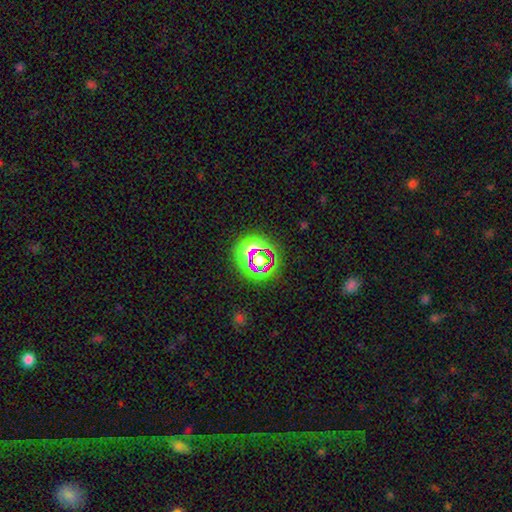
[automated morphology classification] Overall: star or artifact (62%; smooth 25%).